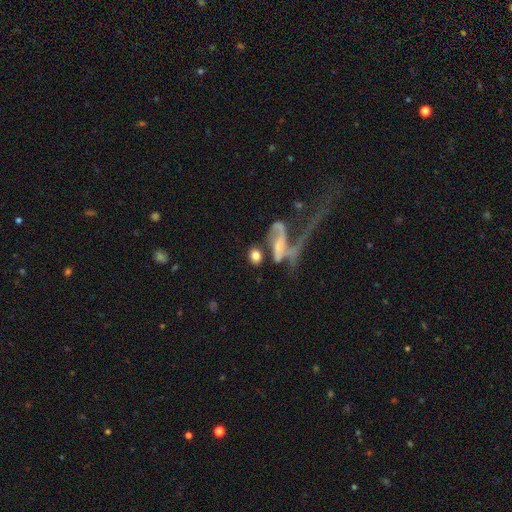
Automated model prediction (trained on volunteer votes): This is likely a smooth galaxy (71%). How rounded: possibly in between (59%). Merging: possibly none (48%).